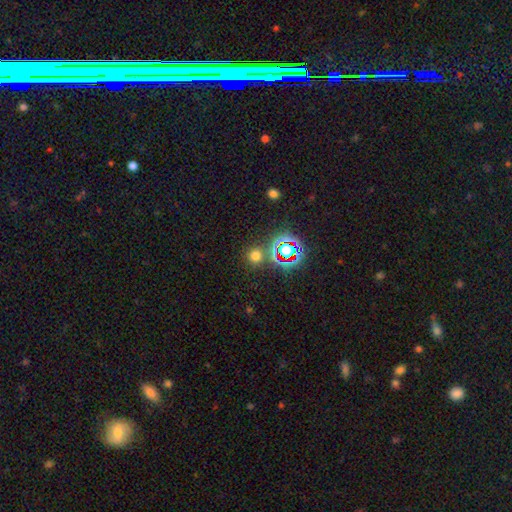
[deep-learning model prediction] Smooth or featured?
  - smooth: 62% *
  - star or artifact: 32%
  - featured or disk: 6%
How rounded?
  - round: 91% *
  - in between: 8%
  - cigar-shaped: 1%
Merging?
  - none: 81% *
  - merger: 8%
  - minor disturbance: 7%
  - major disturbance: 3%